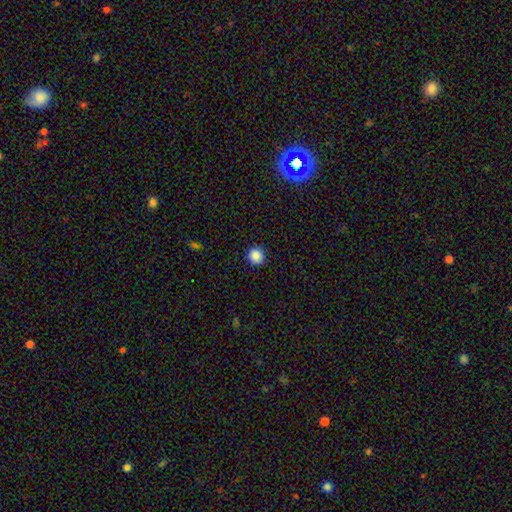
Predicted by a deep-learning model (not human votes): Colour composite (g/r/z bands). It shows a smooth galaxy with no disk features (88%) that is round (93%). Merging: none (92%).